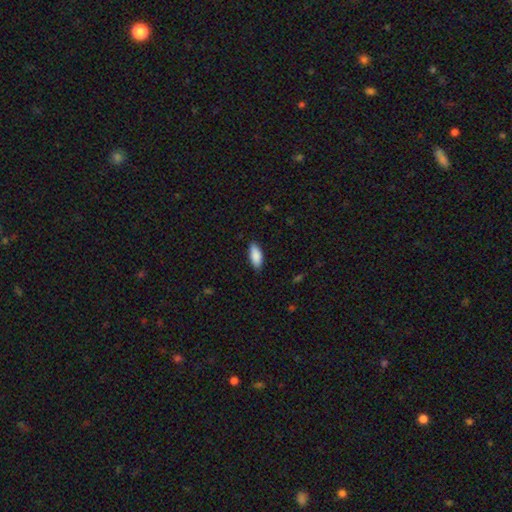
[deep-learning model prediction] This appears to be a smooth galaxy with no disk features (89%) that is in between round and cigar-shaped (83%). Merging: none (85%).